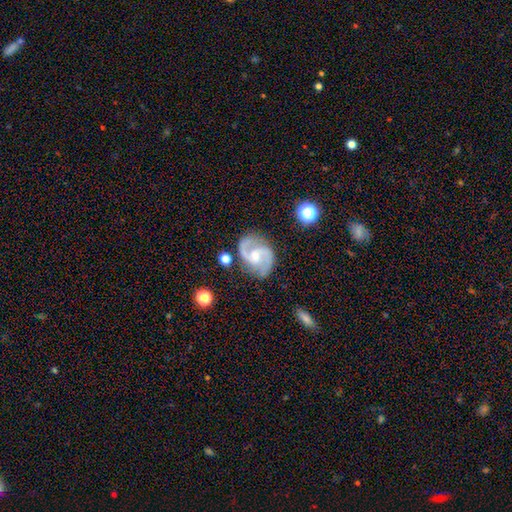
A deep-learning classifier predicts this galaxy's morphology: Smooth or featured: featured or disk — 90% (smooth — 5%)
Edge-on disk: no — 98% (yes — 2%)
Bar: weak — 50% (no — 39%)
Spiral arms: yes — 98% (no — 2%)
Spiral winding: medium — 62% (loose — 21%)
Spiral arm count: 2 — 93% (can't tell — 2%)
Bulge size: moderate — 49% (small — 37%)
Merging: none — 78% (minor disturbance — 15%)